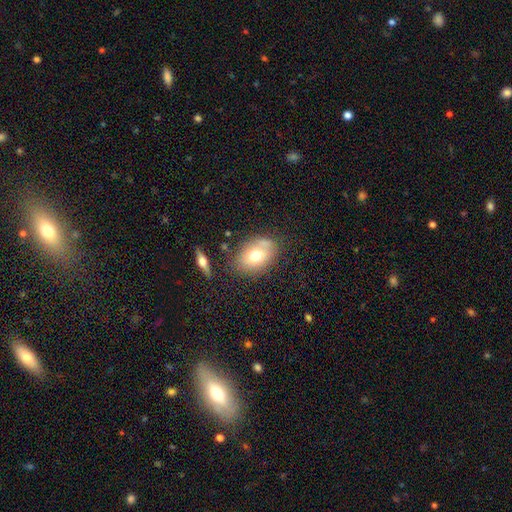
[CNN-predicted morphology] smooth 67%, featured or disk 24%, star or artifact 9%. Down the decision tree: how rounded — in between (78%); merging — none (69%).